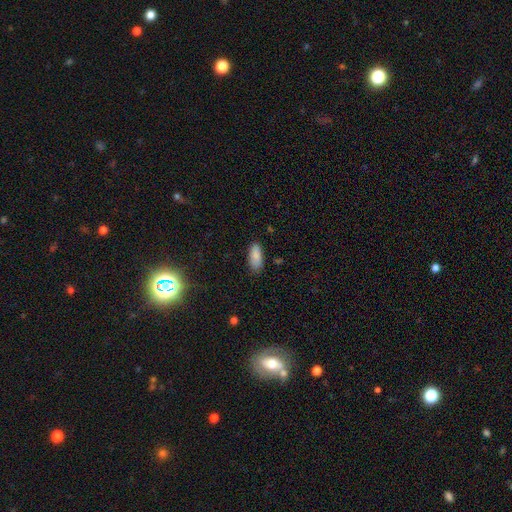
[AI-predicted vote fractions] Overall: smooth (87%). How rounded: in between (86%). Merging: none (83%).